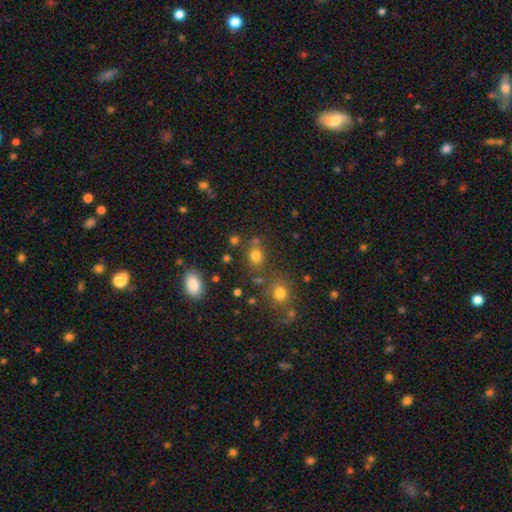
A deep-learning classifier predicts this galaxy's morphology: Smooth or featured?
  - smooth: 75% *
  - star or artifact: 18%
  - featured or disk: 8%
How rounded?
  - round: 61% *
  - in between: 38%
  - cigar-shaped: 1%
Merging?
  - none: 69% *
  - merger: 14%
  - minor disturbance: 12%
  - major disturbance: 5%